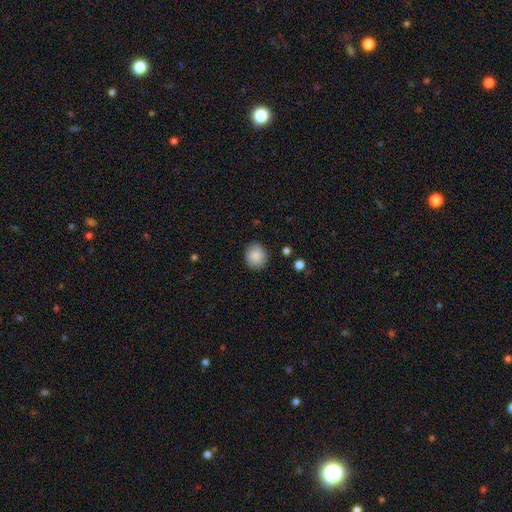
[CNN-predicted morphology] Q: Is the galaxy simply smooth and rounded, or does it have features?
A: smooth — 88%.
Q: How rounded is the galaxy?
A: round — 81%.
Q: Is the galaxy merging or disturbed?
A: none — 86%.